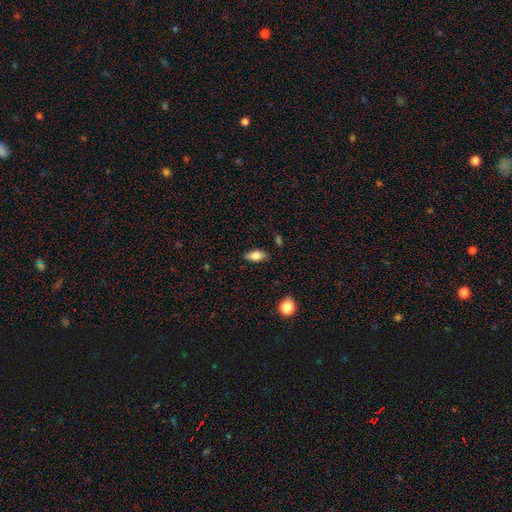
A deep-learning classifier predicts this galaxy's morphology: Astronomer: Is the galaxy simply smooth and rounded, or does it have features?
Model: smooth — 77%.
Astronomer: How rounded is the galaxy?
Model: in between — 87%.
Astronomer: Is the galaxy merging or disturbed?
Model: none — 83%.